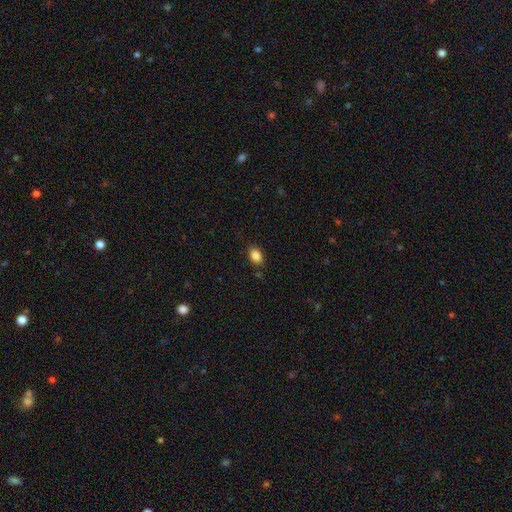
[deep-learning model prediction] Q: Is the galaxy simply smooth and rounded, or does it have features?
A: smooth — 86%.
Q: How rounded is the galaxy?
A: in between — 80%.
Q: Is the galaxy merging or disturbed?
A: none — 85%.